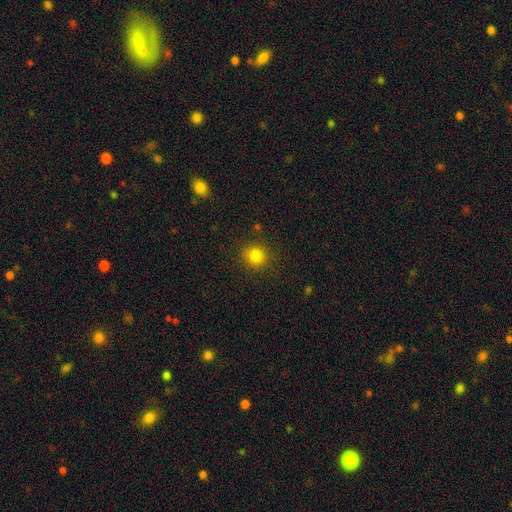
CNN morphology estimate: This is clearly a smooth galaxy (83%). How rounded: clearly round (87%). Merging: clearly none (86%).